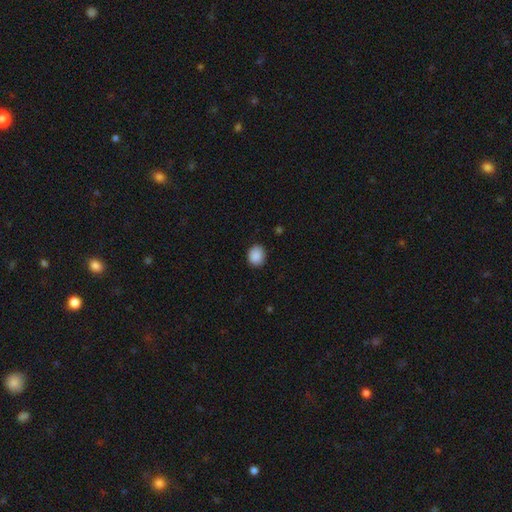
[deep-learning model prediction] smooth_or_featured: smooth (p=0.89) [alt: star or artifact p=0.08]
how_rounded: round (p=0.68) [alt: in between p=0.31]
merging: none (p=0.88) [alt: minor disturbance p=0.09]